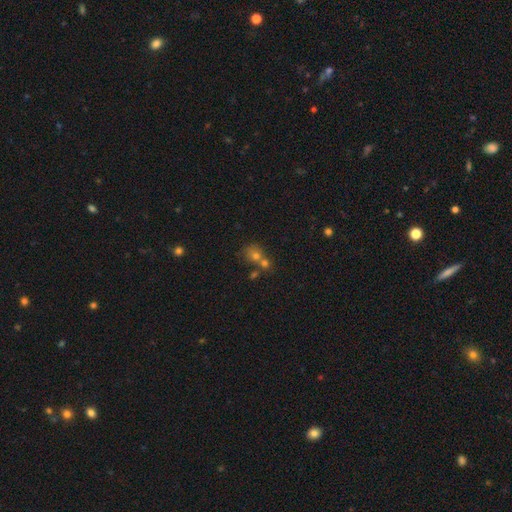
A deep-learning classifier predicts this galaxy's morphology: Q: Smooth or featured?
A: smooth (63%); runner-up: star or artifact (21%)
Q: How rounded?
A: round (75%); runner-up: in between (24%)
Q: Merging?
A: merger (50%); runner-up: none (38%)